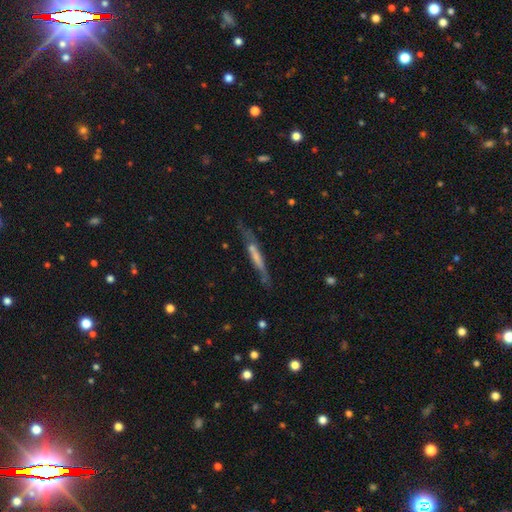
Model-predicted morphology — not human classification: smooth_or_featured: featured or disk (p=0.54) [alt: smooth p=0.39]
disk_edge_on: yes (p=0.84) [alt: no p=0.16]
merging: none (p=0.63) [alt: minor disturbance p=0.22]